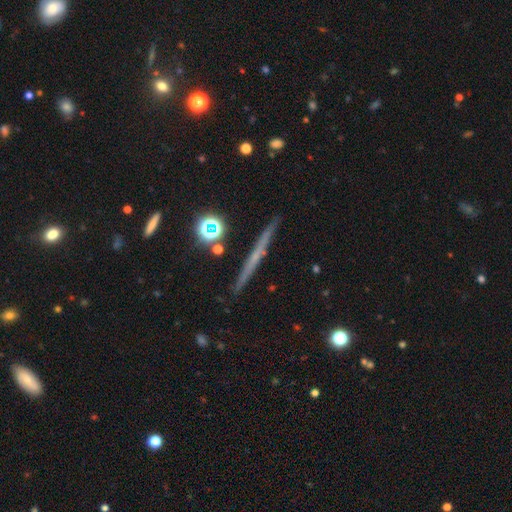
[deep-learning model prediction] smooth_or_featured: featured or disk (p=0.59) [alt: smooth p=0.31]
disk_edge_on: yes (p=0.97) [alt: no p=0.03]
edge_on_bulge: none (p=0.74) [alt: rounded p=0.21]
merging: none (p=0.90) [alt: minor disturbance p=0.07]